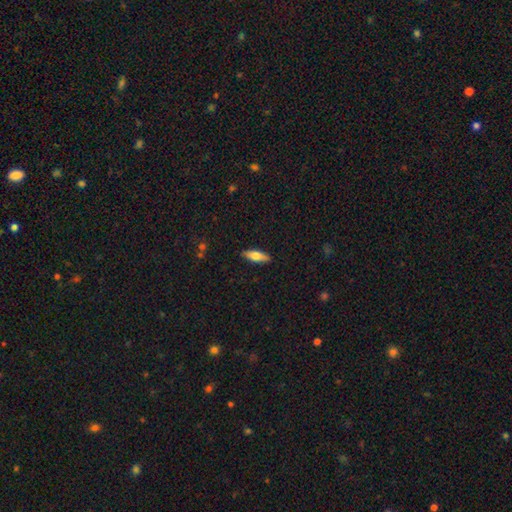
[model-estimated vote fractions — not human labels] A smooth galaxy with no disk features (68%) that is in between round and cigar-shaped (58%). Merging: none (88%).